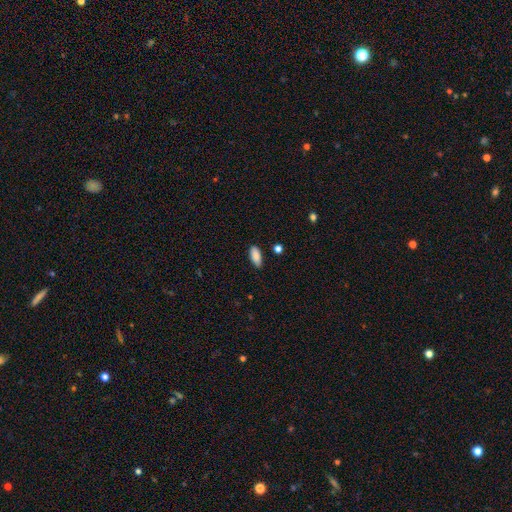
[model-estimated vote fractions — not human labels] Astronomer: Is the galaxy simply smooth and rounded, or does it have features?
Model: smooth — 88%.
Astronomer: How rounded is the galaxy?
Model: in between — 86%.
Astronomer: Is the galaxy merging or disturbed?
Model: none — 83%.